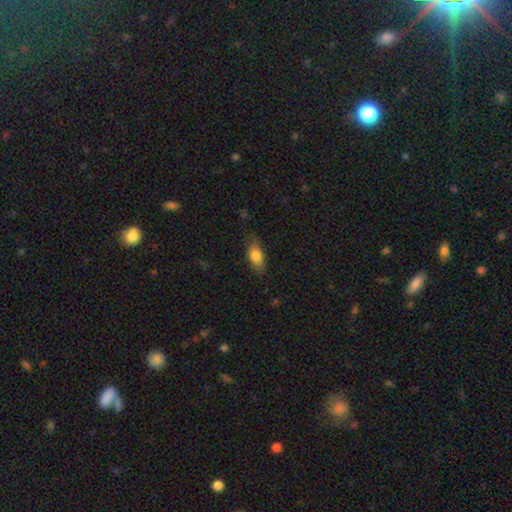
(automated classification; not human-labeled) Smooth or featured?
  - smooth: 79% *
  - featured or disk: 13%
  - star or artifact: 7%
How rounded?
  - in between: 82% *
  - cigar-shaped: 13%
  - round: 5%
Merging?
  - none: 76% *
  - minor disturbance: 19%
  - major disturbance: 4%
  - merger: 1%